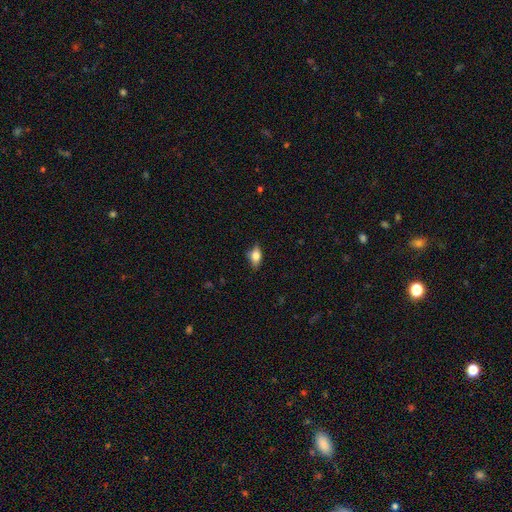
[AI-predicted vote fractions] Smooth or featured: smooth — 77% (featured or disk — 14%)
How rounded: in between — 83% (round — 11%)
Merging: none — 71% (minor disturbance — 23%)